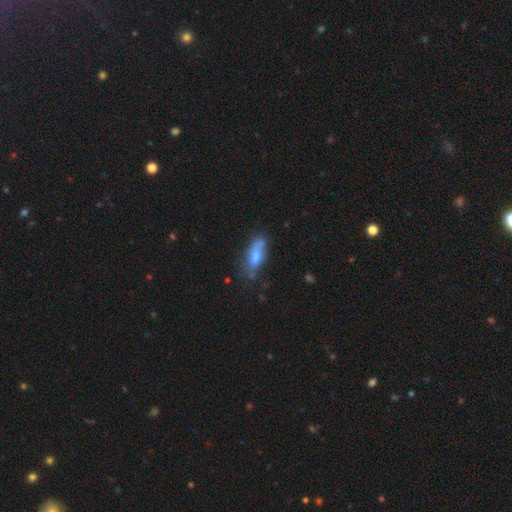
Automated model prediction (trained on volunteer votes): Morphology: type=smooth (58%); roundness=in between (65%); merging=none (57%).